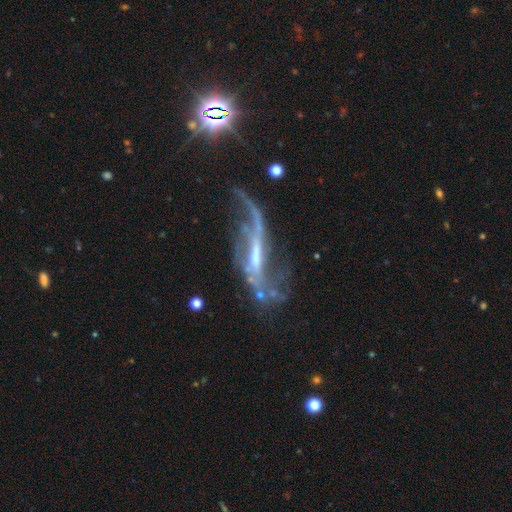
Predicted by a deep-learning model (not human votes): Smooth or featured? Predicted: featured or disk (p=0.81). Edge-on disk? Predicted: no (p=0.82). Bar? Predicted: strong (p=0.46). Spiral arms? Predicted: yes (p=0.79). Spiral winding? Predicted: loose (p=0.84). Spiral arm count? Predicted: 2 (p=0.63). Bulge size? Predicted: small (p=0.36). Merging? Predicted: major disturbance (p=0.39).